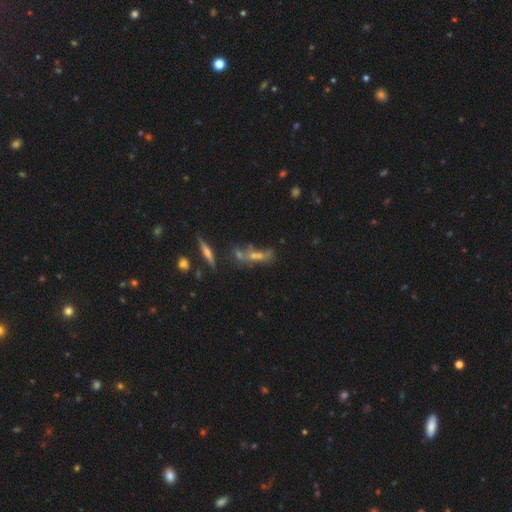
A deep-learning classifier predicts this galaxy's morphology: A featured or disk galaxy (43%). Merging: merger (38%).